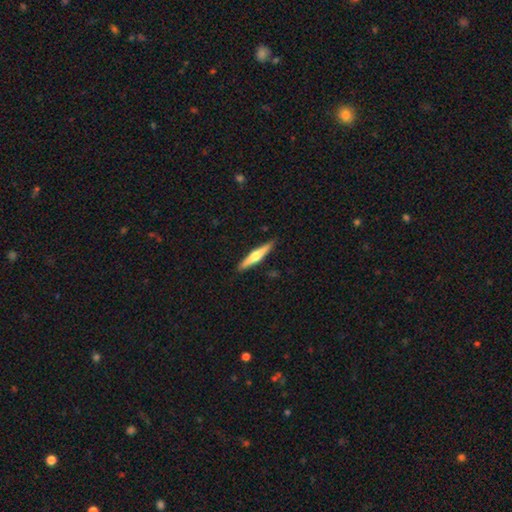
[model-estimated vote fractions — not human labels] This appears to be a featured or disk galaxy (57%) viewed edge-on (97%) with a rounded central bulge (90%). Merging: none (90%).